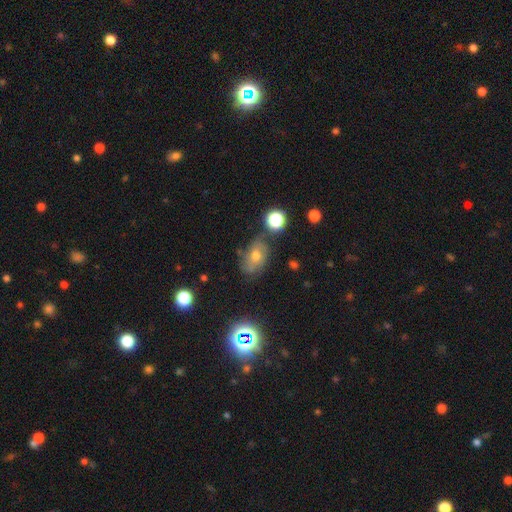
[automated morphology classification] Smooth or featured?
  - smooth: 43% *
  - featured or disk: 40%
  - star or artifact: 18%
Merging?
  - none: 59% *
  - minor disturbance: 25%
  - major disturbance: 10%
  - merger: 5%